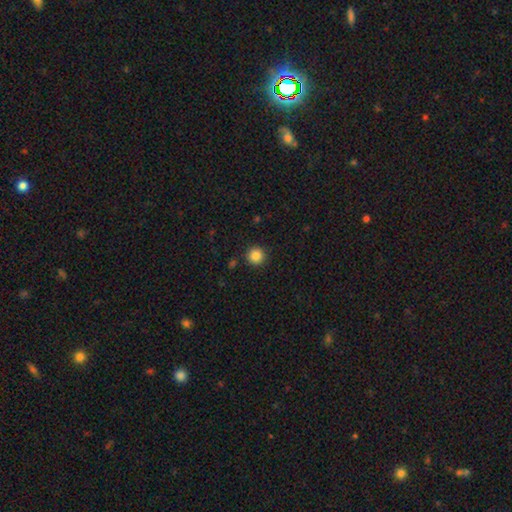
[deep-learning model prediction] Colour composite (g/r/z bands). It shows a smooth galaxy with no disk features (86%) that is round (95%). Merging: none (91%).